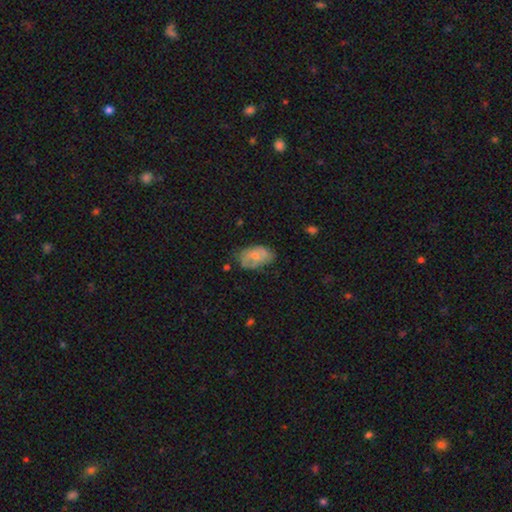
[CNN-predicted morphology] smooth-or-featured: smooth: 54% | featured or disk: 38% | star or artifact: 8%
  how-rounded: in between: 91% | round: 7% | cigar-shaped: 2%
  merging: none: 54% | minor disturbance: 30% | major disturbance: 12% | merger: 4%